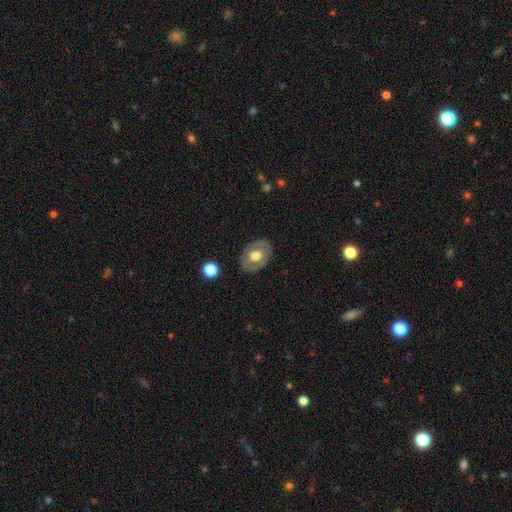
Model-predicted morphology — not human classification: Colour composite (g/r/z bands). It shows a smooth galaxy with no disk features (53%) that is in between round and cigar-shaped (76%). Merging: none (84%).